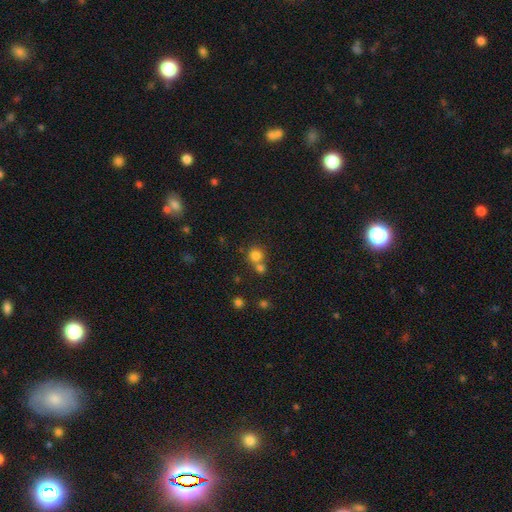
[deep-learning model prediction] This is likely a smooth galaxy (78%). How rounded: clearly round (89%). Merging: possibly none (52%).